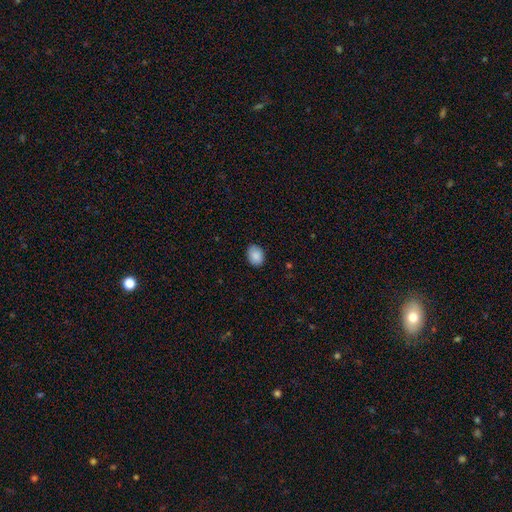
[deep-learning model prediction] Q: Smooth or featured?
A: smooth (88%); runner-up: star or artifact (7%)
Q: How rounded?
A: in between (67%); runner-up: round (32%)
Q: Merging?
A: none (86%); runner-up: minor disturbance (11%)